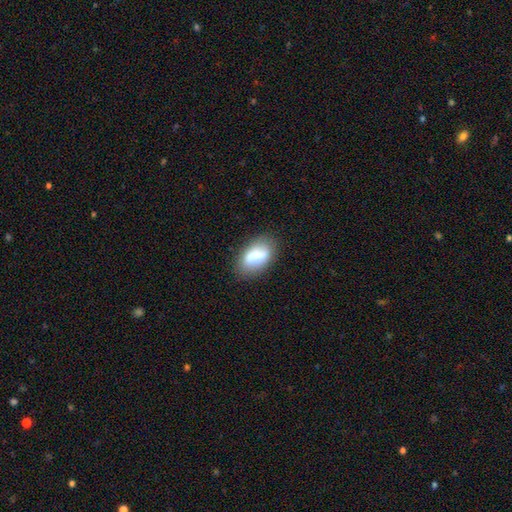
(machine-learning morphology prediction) smooth-or-featured: smooth: 74% | featured or disk: 19% | star or artifact: 8%
  how-rounded: in between: 91% | round: 7% | cigar-shaped: 2%
  merging: none: 72% | minor disturbance: 18% | major disturbance: 5% | merger: 4%